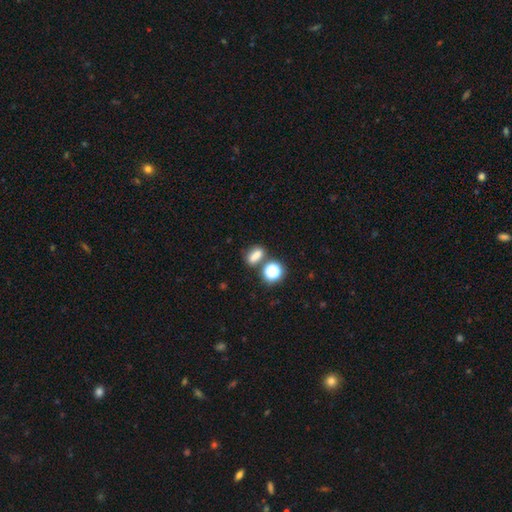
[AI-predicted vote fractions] smooth-or-featured: smooth: 76% | star or artifact: 17% | featured or disk: 7%
  how-rounded: in between: 68% | round: 27% | cigar-shaped: 6%
  merging: none: 63% | merger: 19% | minor disturbance: 13% | major disturbance: 5%